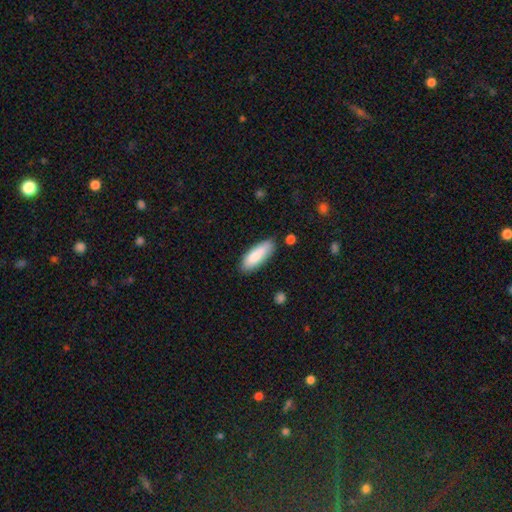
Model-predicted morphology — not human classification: Smooth or featured: smooth — 84% (featured or disk — 10%)
How rounded: in between — 65% (cigar-shaped — 34%)
Merging: none — 78% (minor disturbance — 16%)